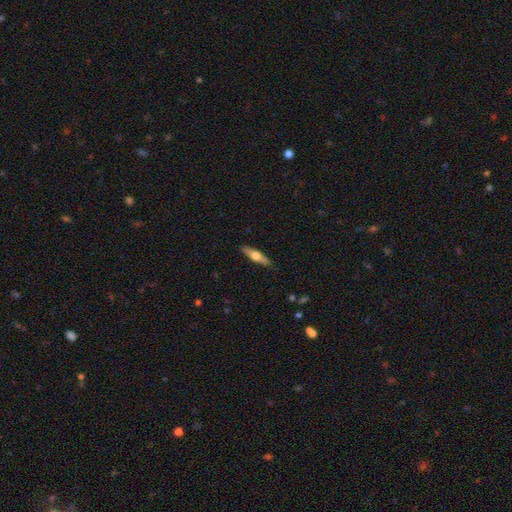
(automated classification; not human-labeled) Smooth or featured? smooth (48%)
Merging? none (88%)